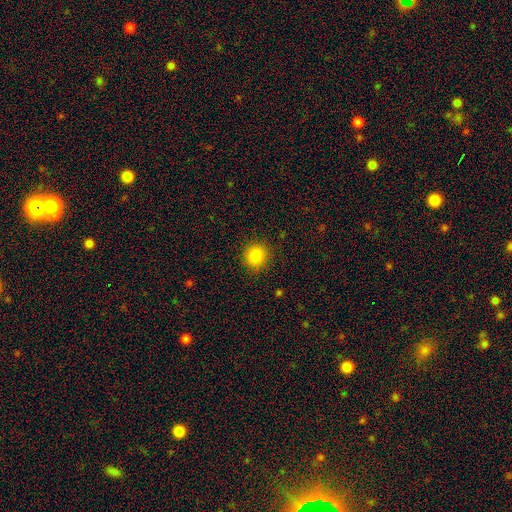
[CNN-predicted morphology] Smooth or featured? smooth (85%)
How rounded? round (90%)
Merging? none (89%)